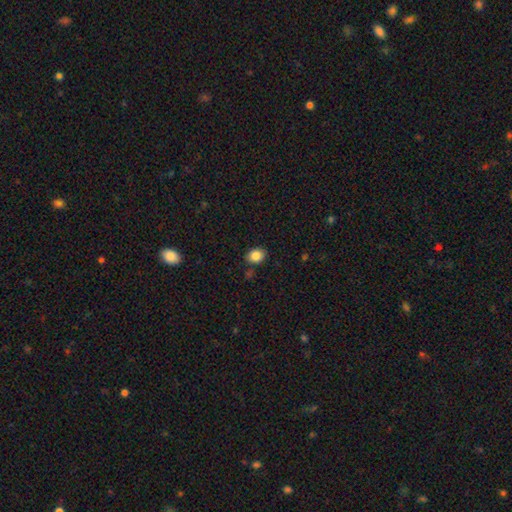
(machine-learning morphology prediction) Smooth or featured?
  - smooth: 86% *
  - star or artifact: 9%
  - featured or disk: 5%
How rounded?
  - in between: 52% *
  - round: 47%
  - cigar-shaped: 1%
Merging?
  - none: 83% *
  - minor disturbance: 11%
  - merger: 4%
  - major disturbance: 3%